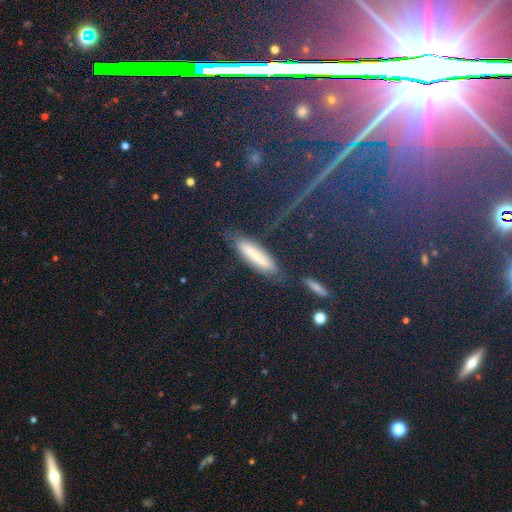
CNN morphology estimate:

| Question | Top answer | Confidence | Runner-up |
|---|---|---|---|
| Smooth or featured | smooth | 63% | featured or disk (21%) |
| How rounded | cigar-shaped | 77% | in between (21%) |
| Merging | none | 73% | minor disturbance (18%) |